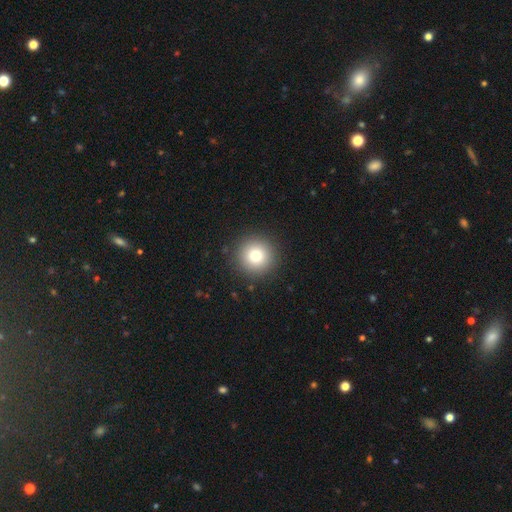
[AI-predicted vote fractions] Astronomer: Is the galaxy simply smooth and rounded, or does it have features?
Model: smooth — 80%.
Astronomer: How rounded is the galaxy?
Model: round — 95%.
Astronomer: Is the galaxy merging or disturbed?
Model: none — 91%.